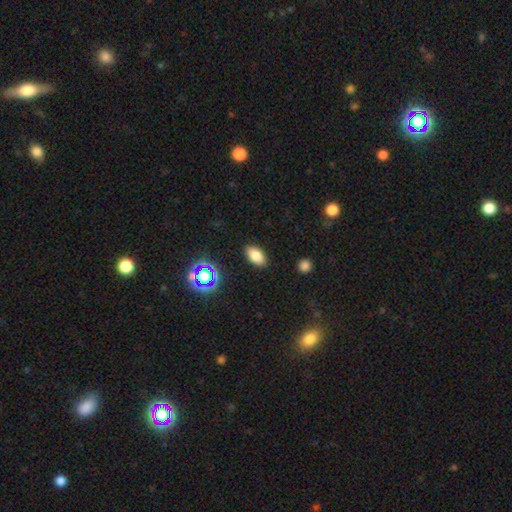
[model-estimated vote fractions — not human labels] smooth 80%, star or artifact 12%, featured or disk 8%. Down the decision tree: how rounded — in between (91%); merging — none (88%).